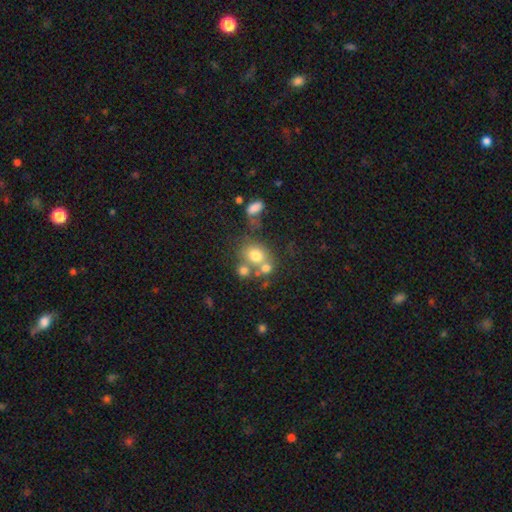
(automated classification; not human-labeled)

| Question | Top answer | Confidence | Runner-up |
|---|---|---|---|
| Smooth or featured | smooth | 68% | featured or disk (18%) |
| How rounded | round | 65% | in between (34%) |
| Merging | none | 45% | merger (35%) |